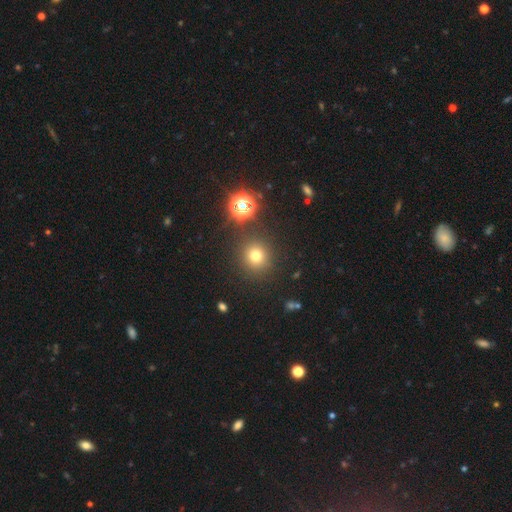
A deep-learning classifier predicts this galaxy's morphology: The model was most divided on "smooth or featured": smooth: 72%, star or artifact: 21%, featured or disk: 7%. More confident: how rounded — round (92%); merging — none (87%).